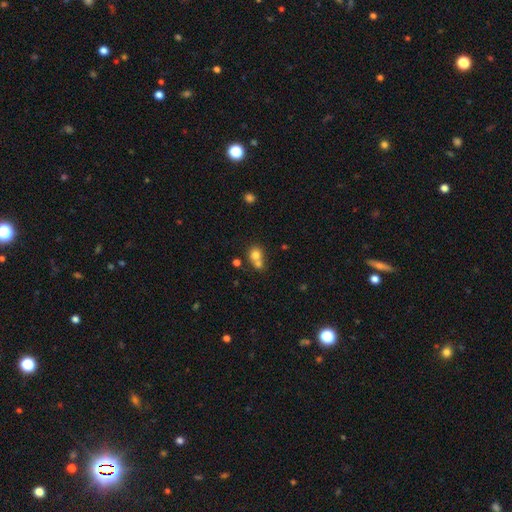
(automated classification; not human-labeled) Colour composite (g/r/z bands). It shows a smooth galaxy with no disk features (75%) that is round (77%). Merging: merger (56%).